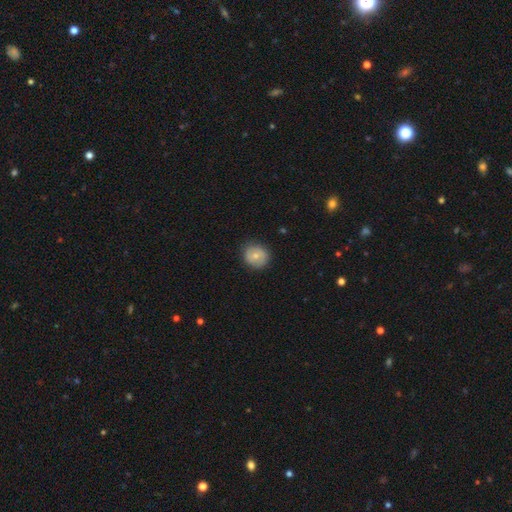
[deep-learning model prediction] Overall: smooth (68%). How rounded: round (85%). Merging: none (83%).